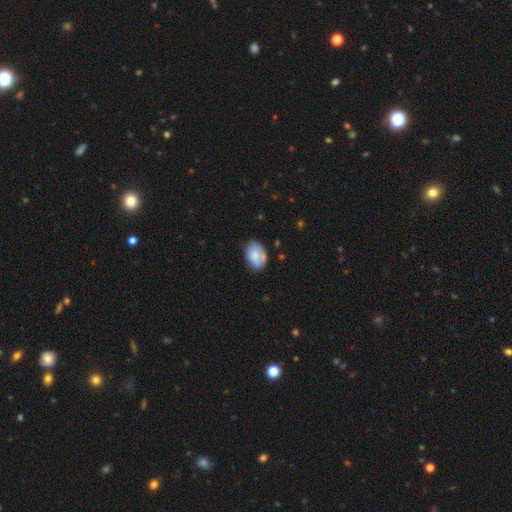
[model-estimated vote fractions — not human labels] Smooth or featured?
  - smooth: 82% *
  - featured or disk: 12%
  - star or artifact: 7%
How rounded?
  - in between: 83% *
  - round: 16%
  - cigar-shaped: 1%
Merging?
  - none: 70% *
  - minor disturbance: 23%
  - major disturbance: 5%
  - merger: 3%